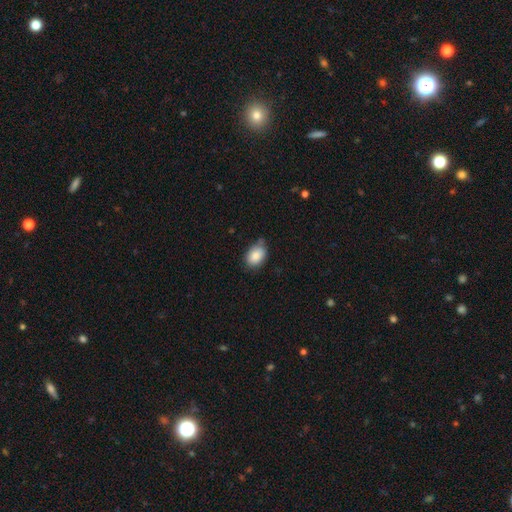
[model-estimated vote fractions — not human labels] A smooth galaxy with no disk features (86%) that is in between round and cigar-shaped (77%).

Vote fractions:
- Smooth or featured? smooth: 86% / star or artifact: 8% / featured or disk: 7%
- How rounded? in between: 77% / round: 22% / cigar-shaped: 1%
- Merging? none: 65% / minor disturbance: 28% / major disturbance: 4% / merger: 3%